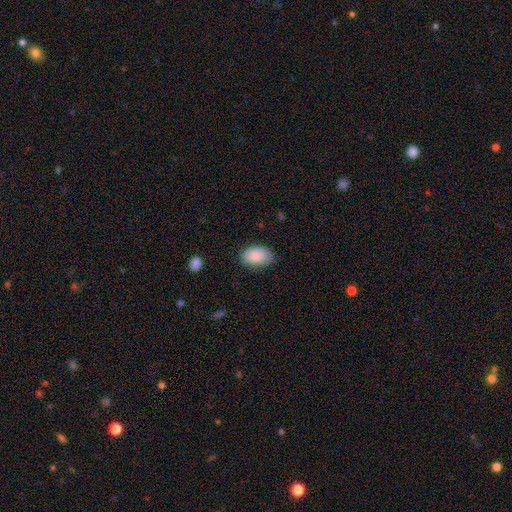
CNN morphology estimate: type=smooth (87%); roundness=in between (89%); merging=none (77%).